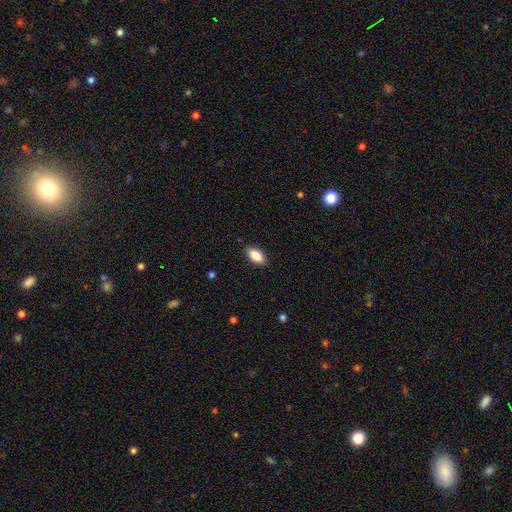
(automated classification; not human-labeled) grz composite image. It shows a smooth galaxy with no disk features (87%) that is in between round and cigar-shaped (92%). Merging: none (89%).